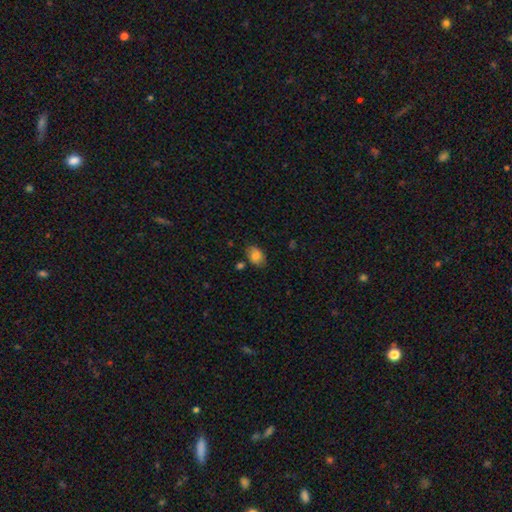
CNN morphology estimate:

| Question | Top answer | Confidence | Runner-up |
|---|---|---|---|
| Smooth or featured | smooth | 82% | featured or disk (10%) |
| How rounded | in between | 80% | round (19%) |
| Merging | none | 76% | minor disturbance (16%) |